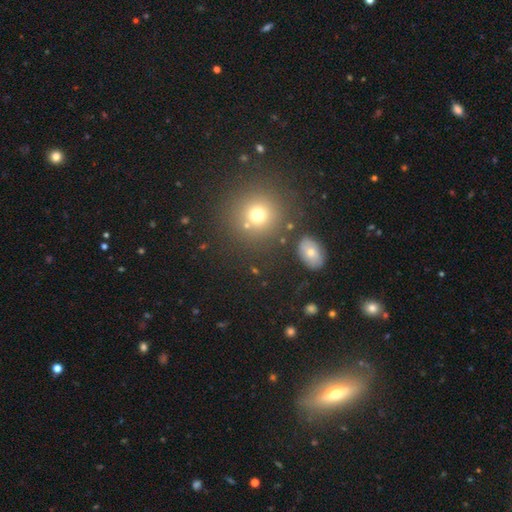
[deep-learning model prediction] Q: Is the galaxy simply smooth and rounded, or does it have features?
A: smooth — 52%.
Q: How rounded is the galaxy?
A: round — 88%.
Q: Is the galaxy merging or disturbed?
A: none — 83%.